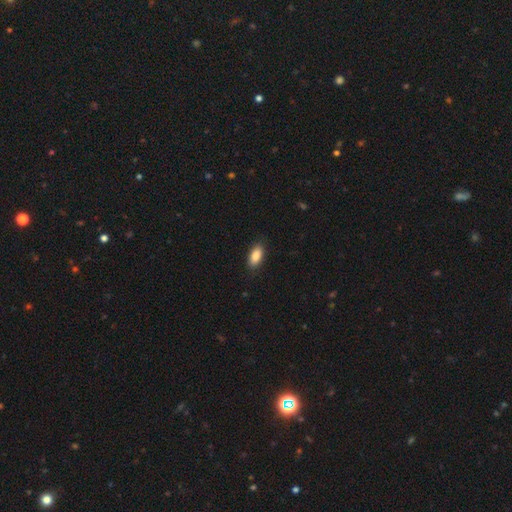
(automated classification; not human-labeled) This is clearly a smooth galaxy (88%). How rounded: clearly in between (90%). Merging: clearly none (87%).